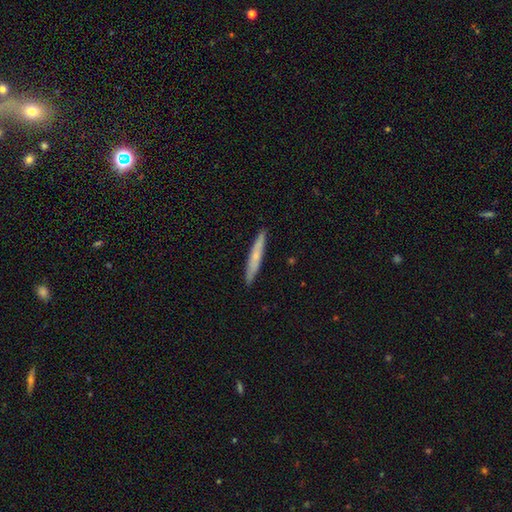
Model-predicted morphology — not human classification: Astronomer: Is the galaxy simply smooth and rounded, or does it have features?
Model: smooth — 56% (runner-up: featured or disk, 39%).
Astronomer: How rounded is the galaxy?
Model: cigar-shaped — 95%.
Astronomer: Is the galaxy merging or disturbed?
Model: none — 90%.